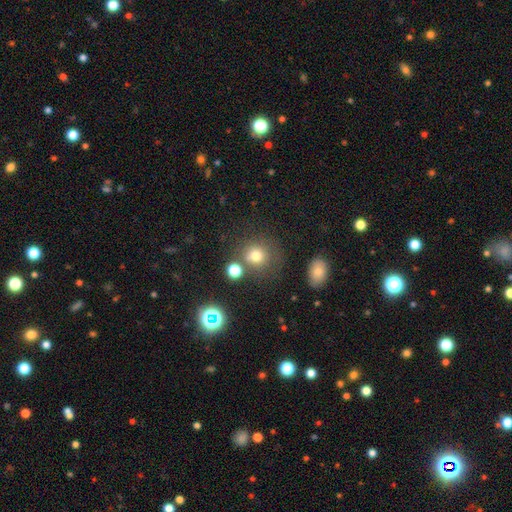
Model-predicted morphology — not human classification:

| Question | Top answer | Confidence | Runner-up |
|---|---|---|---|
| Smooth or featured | smooth | 73% | star or artifact (17%) |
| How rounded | round | 86% | in between (13%) |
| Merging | none | 66% | merger (14%) |